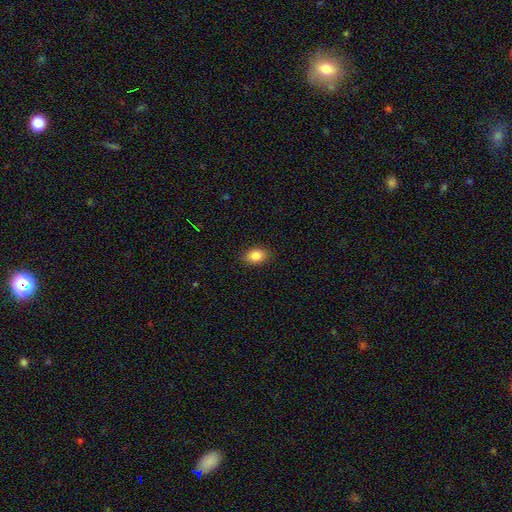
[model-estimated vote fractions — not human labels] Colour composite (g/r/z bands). It shows a smooth galaxy with no disk features (86%) that is in between round and cigar-shaped (78%). Merging: none (88%).